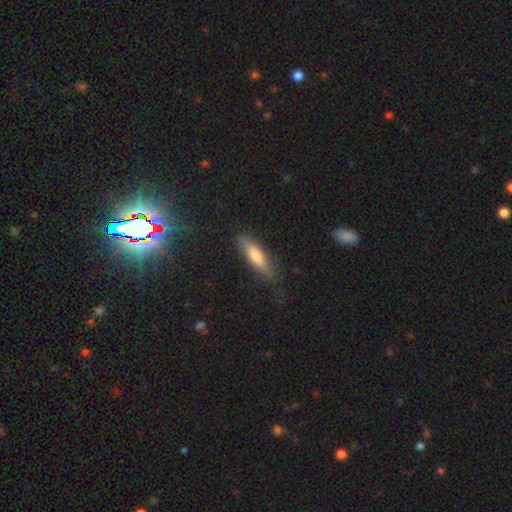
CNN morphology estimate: type=smooth (69%); roundness=cigar-shaped (70%); merging=none (83%).